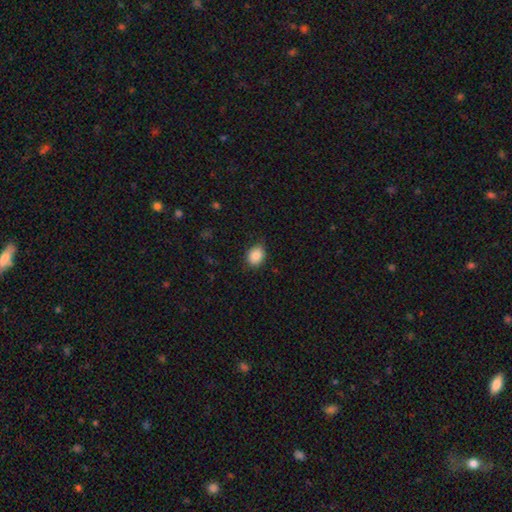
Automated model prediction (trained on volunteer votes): Smooth or featured? Predicted: smooth (p=0.87). How rounded? Predicted: in between (p=0.54). Merging? Predicted: none (p=0.79).